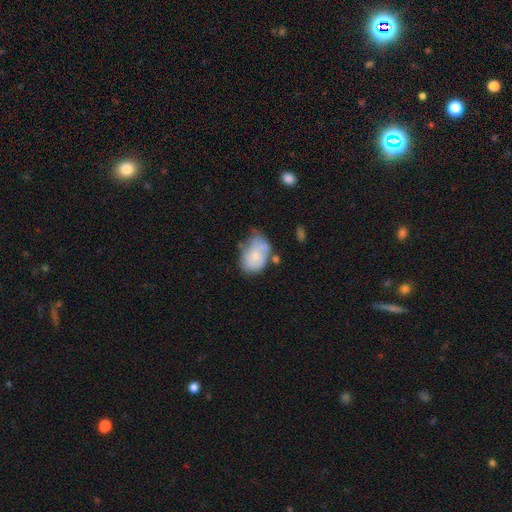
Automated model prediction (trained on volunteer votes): A smooth galaxy with no disk features (62%) that is in between round and cigar-shaped (80%).

Vote fractions:
- Smooth or featured? smooth: 62% / featured or disk: 31% / star or artifact: 7%
- How rounded? in between: 80% / round: 19% / cigar-shaped: 1%
- Merging? none: 38% / minor disturbance: 37% / major disturbance: 15% / merger: 10%